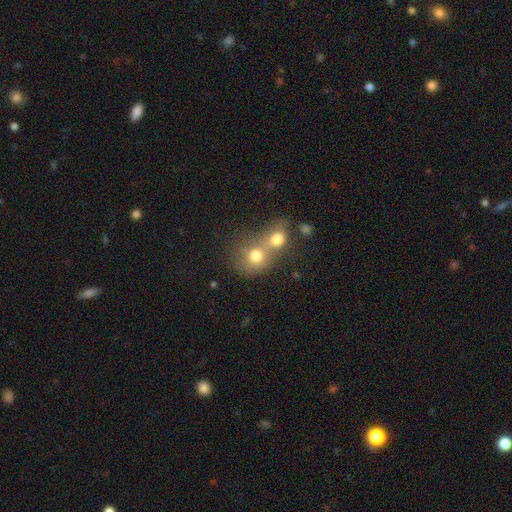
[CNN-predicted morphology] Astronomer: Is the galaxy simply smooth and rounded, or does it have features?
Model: smooth — 72%.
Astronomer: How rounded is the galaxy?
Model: round — 72%.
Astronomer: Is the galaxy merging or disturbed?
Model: merger — 67%.